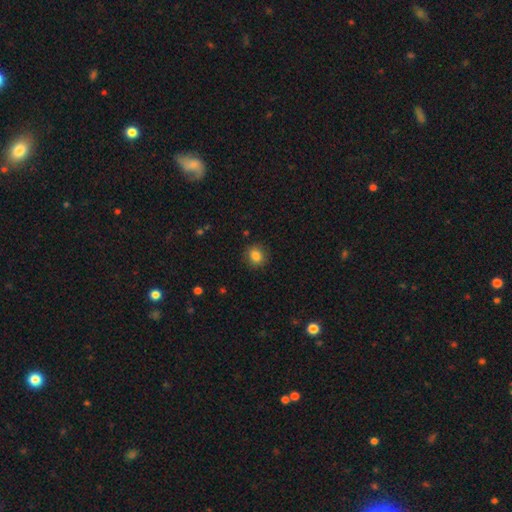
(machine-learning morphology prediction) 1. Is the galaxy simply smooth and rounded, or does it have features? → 84% smooth, 11% star or artifact, 5% featured or disk.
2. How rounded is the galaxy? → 80% round, 19% in between, 1% cigar-shaped.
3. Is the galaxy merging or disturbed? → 88% none, 9% minor disturbance, 2% major disturbance, 1% merger.